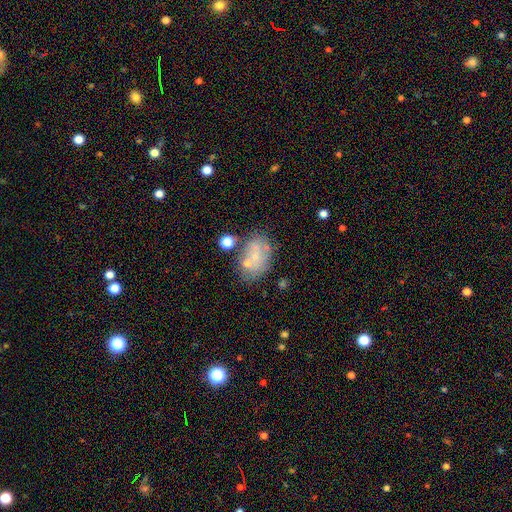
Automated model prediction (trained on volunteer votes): This appears to be a smooth galaxy with no disk features (50%) that is in between round and cigar-shaped (78%). Merging: none (54%).